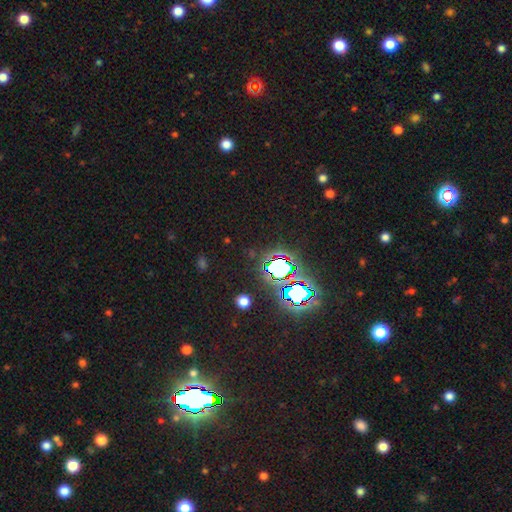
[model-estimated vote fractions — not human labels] A star or artifact, not a galaxy (78%).

Vote fractions:
- Smooth or featured? star or artifact: 78% / smooth: 14% / featured or disk: 8%